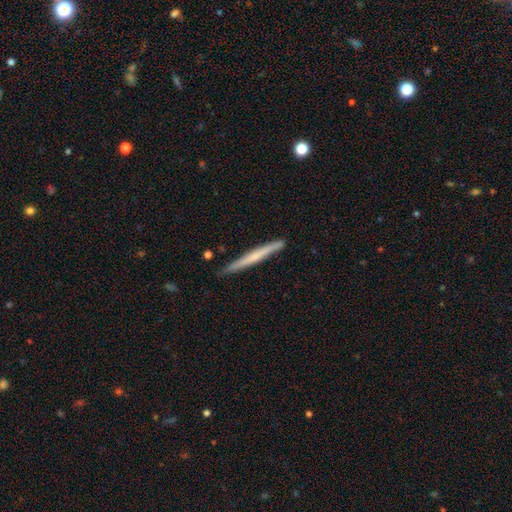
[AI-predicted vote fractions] Morphology: type=featured or disk (48%); merging=none (88%).